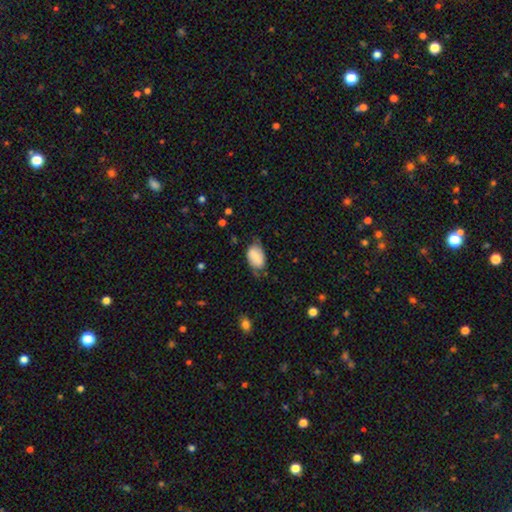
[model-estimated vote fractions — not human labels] smooth 63%, featured or disk 29%, star or artifact 7%. Down the decision tree: how rounded — in between (87%); merging — none (51%).